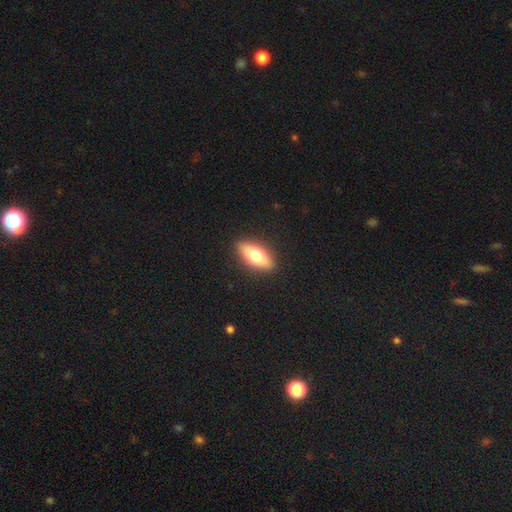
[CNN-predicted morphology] type=smooth (65%); roundness=in between (72%); merging=none (89%).